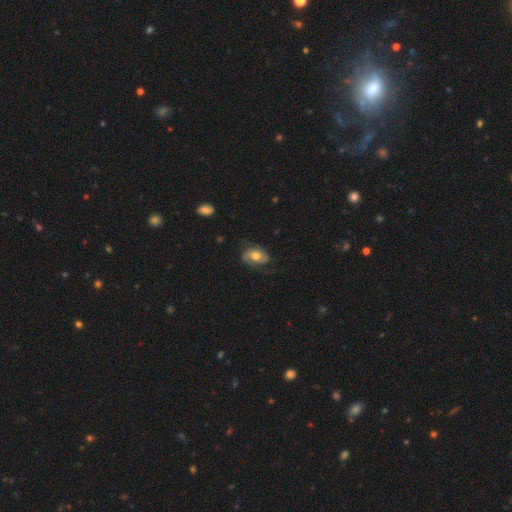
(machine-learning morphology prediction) A featured or disk galaxy (55%) with no bar (70%), spiral arms (83%) and a moderate central bulge (68%).

Vote fractions:
- Smooth or featured? featured or disk: 55% / smooth: 37% / star or artifact: 7%
- Edge-on disk? no: 96% / yes: 4%
- Bar? no: 70% / weak: 24% / strong: 6%
- Spiral arms? yes: 83% / no: 17%
- Bulge size? moderate: 68% / large: 17% / small: 12% / dominant: 2% / none: 2%
- Merging? none: 63% / minor disturbance: 24% / major disturbance: 12% / merger: 1%